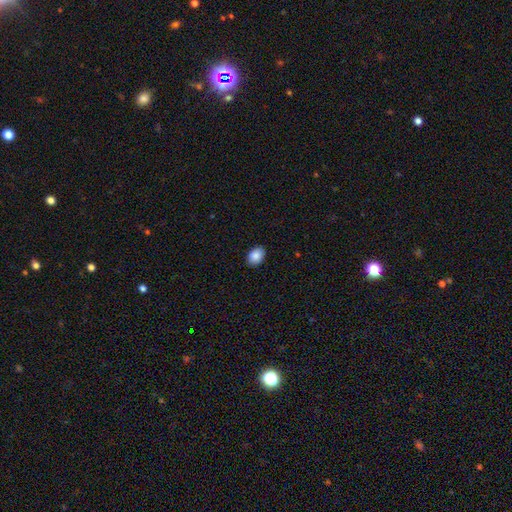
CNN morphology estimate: Smooth or featured?
  - smooth: 88% *
  - star or artifact: 7%
  - featured or disk: 4%
How rounded?
  - in between: 80% *
  - round: 19%
  - cigar-shaped: 1%
Merging?
  - none: 89% *
  - minor disturbance: 8%
  - major disturbance: 2%
  - merger: 1%